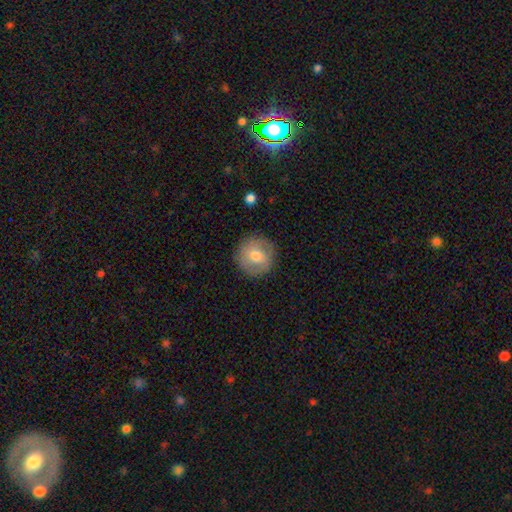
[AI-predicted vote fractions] Morphology: type=smooth (67%); roundness=round (94%); merging=none (87%).